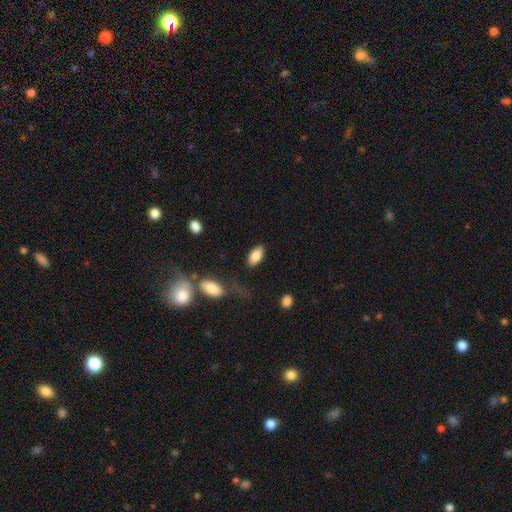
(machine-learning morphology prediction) This appears to be a smooth galaxy with no disk features (85%) that is in between round and cigar-shaped (91%). Merging: none (82%).